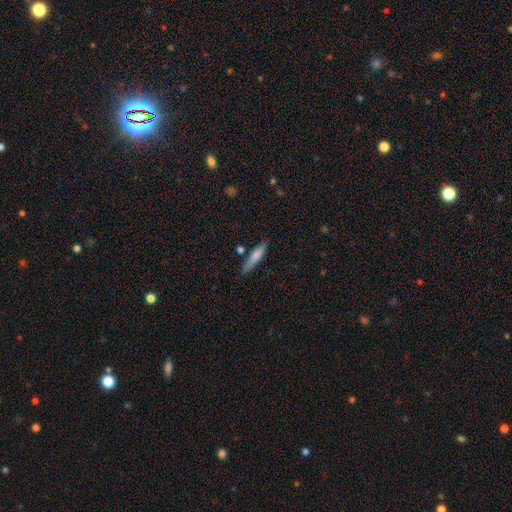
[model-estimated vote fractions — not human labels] Smooth or featured? Predicted: smooth (p=0.74). How rounded? Predicted: cigar-shaped (p=0.86). Merging? Predicted: none (p=0.77).